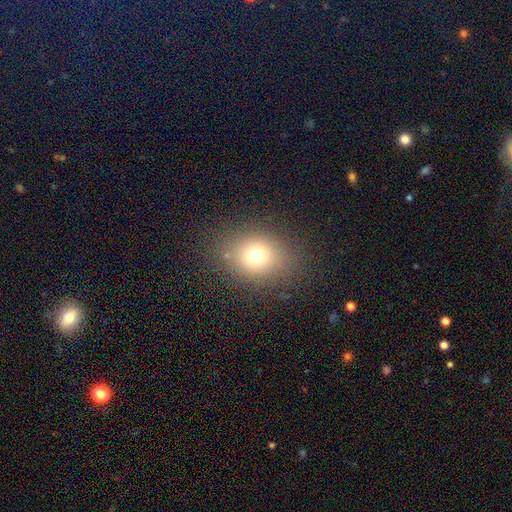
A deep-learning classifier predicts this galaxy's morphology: smooth_or_featured: smooth (p=0.71) [alt: star or artifact p=0.17]
how_rounded: round (p=0.52) [alt: in between p=0.47]
merging: none (p=0.82) [alt: minor disturbance p=0.11]